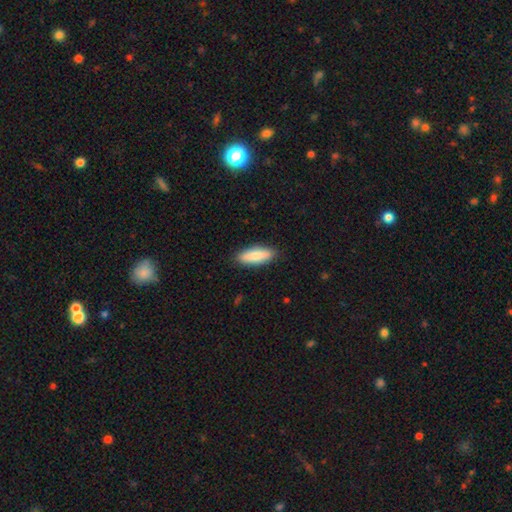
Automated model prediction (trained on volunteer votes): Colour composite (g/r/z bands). It shows a smooth galaxy with no disk features (81%) that is in between round and cigar-shaped (58%). Merging: none (88%).